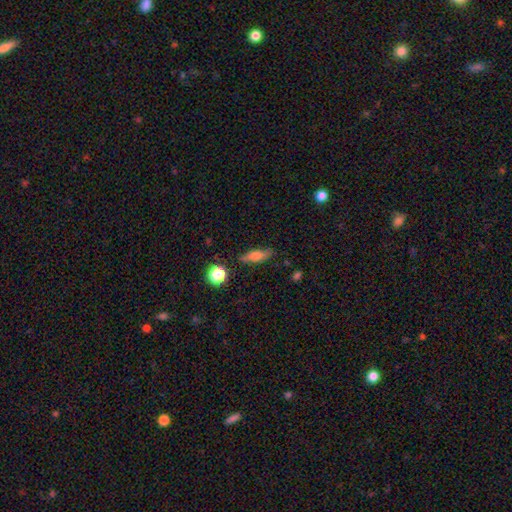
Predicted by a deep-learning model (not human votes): Smooth or featured? smooth (64%)
How rounded? cigar-shaped (53%)
Merging? none (82%)